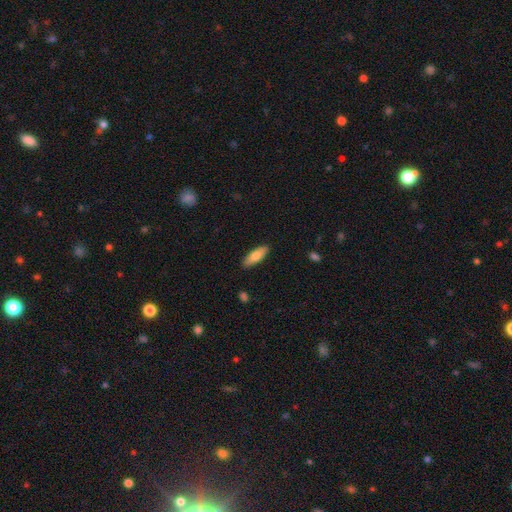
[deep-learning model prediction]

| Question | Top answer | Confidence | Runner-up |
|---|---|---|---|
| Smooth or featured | smooth | 77% | featured or disk (18%) |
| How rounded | in between | 54% | cigar-shaped (44%) |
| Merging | none | 89% | minor disturbance (8%) |